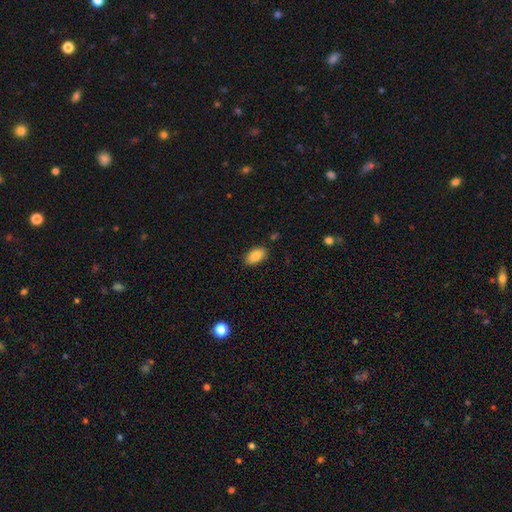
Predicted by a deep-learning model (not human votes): Smooth or featured? smooth (86%)
How rounded? in between (93%)
Merging? none (87%)